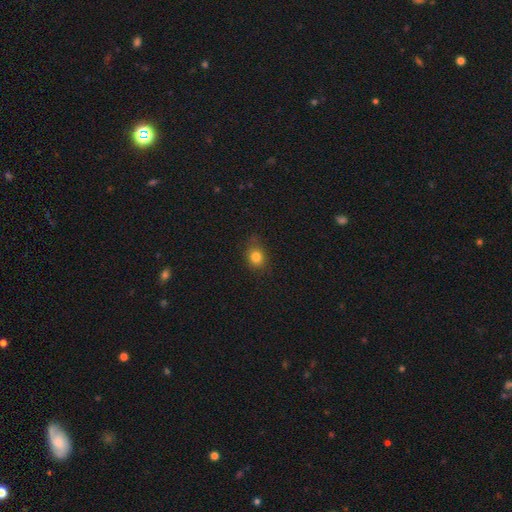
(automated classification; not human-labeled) Smooth or featured: smooth — 80% (star or artifact — 13%)
How rounded: round — 66% (in between — 33%)
Merging: none — 78% (minor disturbance — 17%)